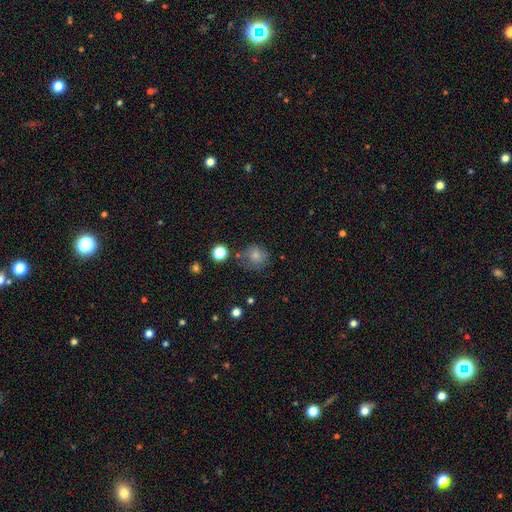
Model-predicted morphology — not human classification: A smooth galaxy with no disk features (78%) that is round (85%).

Vote fractions:
- Smooth or featured? smooth: 78% / star or artifact: 13% / featured or disk: 9%
- How rounded? round: 85% / in between: 14% / cigar-shaped: 1%
- Merging? none: 69% / minor disturbance: 19% / major disturbance: 7% / merger: 6%